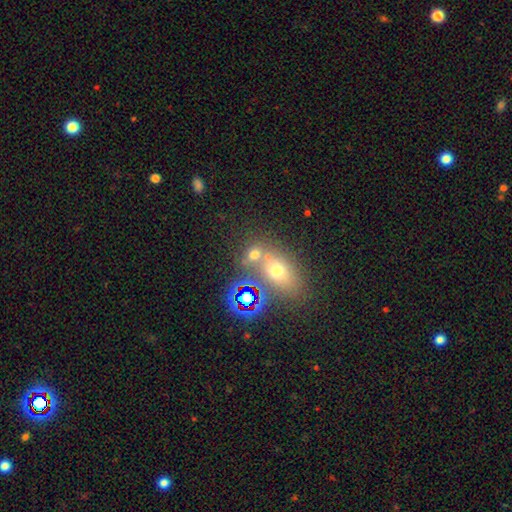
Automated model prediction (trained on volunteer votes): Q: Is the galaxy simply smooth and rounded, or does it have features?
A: smooth — 53%.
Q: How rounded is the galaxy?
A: in between — 54%.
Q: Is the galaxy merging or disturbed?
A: none — 47%.